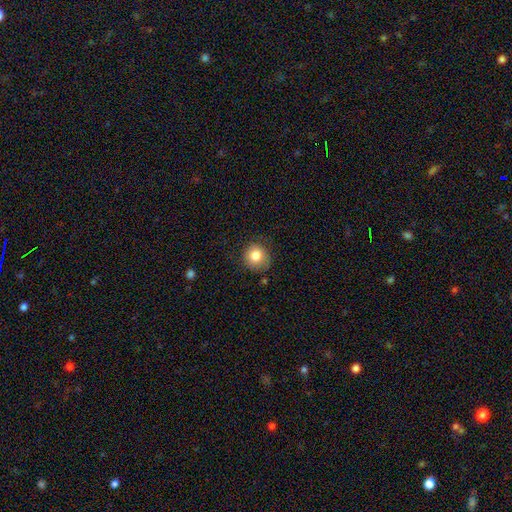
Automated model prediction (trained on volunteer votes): smooth_or_featured: smooth (p=0.83) [alt: star or artifact p=0.10]
how_rounded: round (p=0.91) [alt: in between p=0.08]
merging: none (p=0.81) [alt: minor disturbance p=0.14]